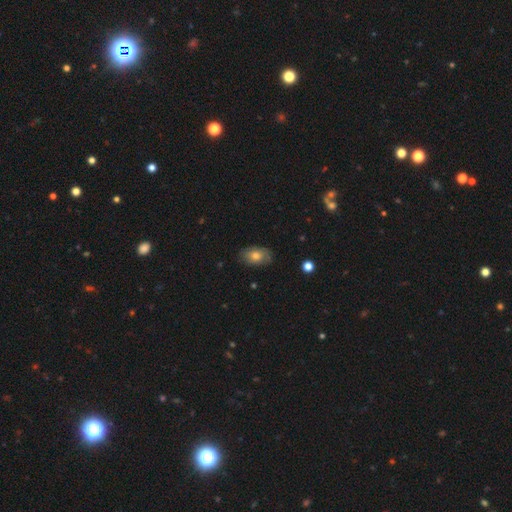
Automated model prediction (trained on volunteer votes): This is likely a smooth galaxy (66%). How rounded: clearly in between (87%). Merging: likely none (77%).